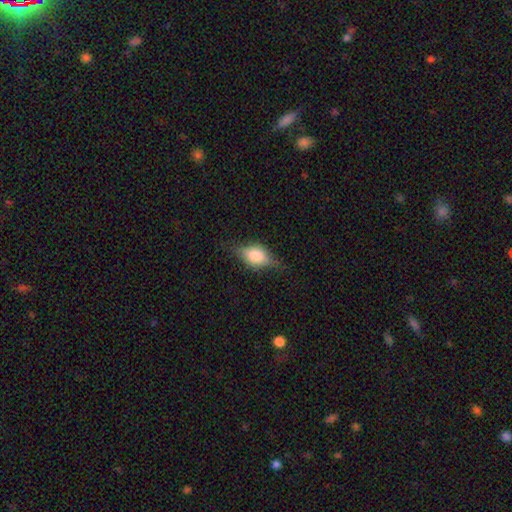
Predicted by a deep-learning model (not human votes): Smooth or featured? smooth (56%)
How rounded? in between (77%)
Merging? none (71%)